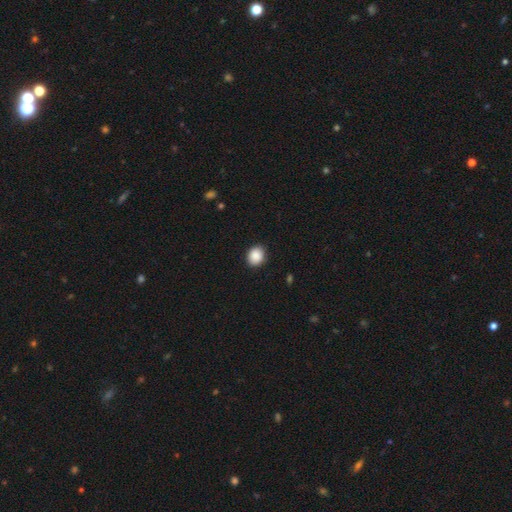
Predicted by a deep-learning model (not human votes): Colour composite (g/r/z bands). It shows a smooth galaxy with no disk features (89%) that is round (58%). Merging: none (90%).